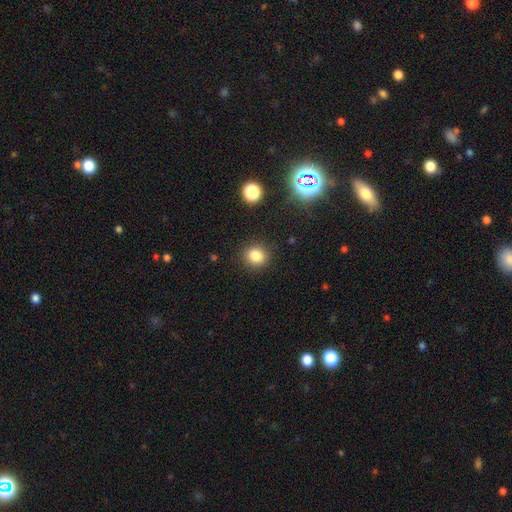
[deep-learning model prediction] A smooth galaxy with no disk features (82%) that is round (80%). Merging: none (89%).